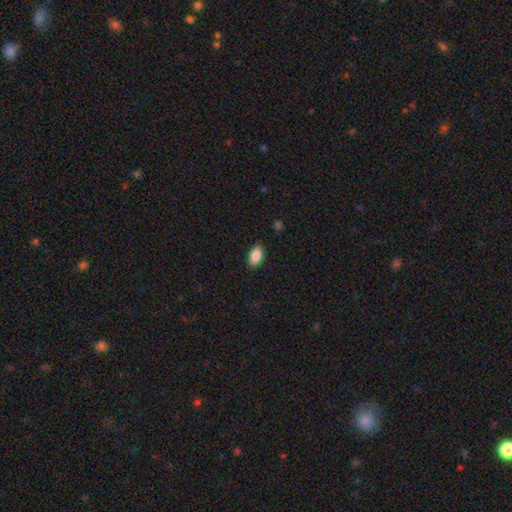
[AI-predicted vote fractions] Overall: smooth (87%). How rounded: in between (92%). Merging: none (87%).